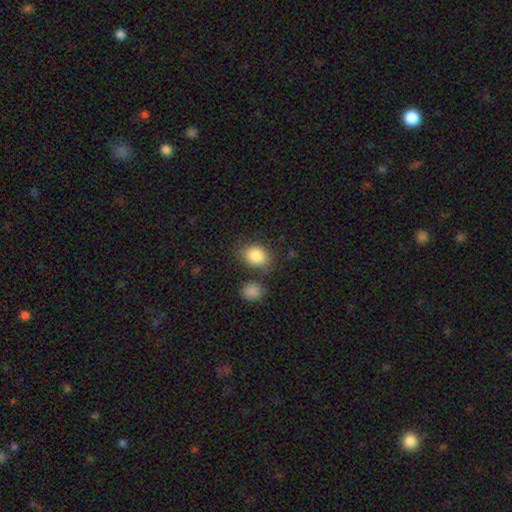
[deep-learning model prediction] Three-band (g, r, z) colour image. It shows a smooth galaxy with no disk features (86%) that is in between round and cigar-shaped (54%). Merging: none (66%).